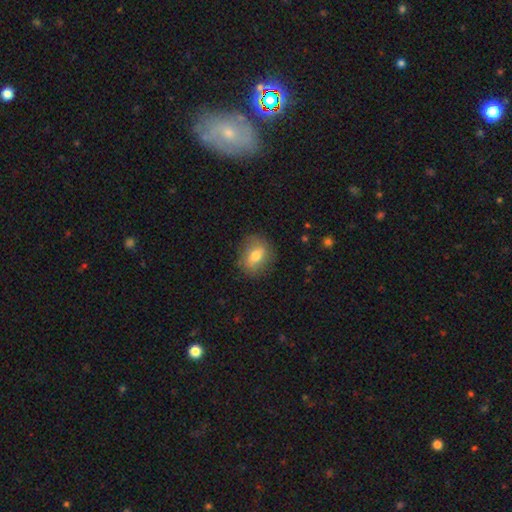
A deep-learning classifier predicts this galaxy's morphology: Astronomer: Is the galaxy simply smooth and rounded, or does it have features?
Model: smooth — 70%.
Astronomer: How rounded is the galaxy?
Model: in between — 50% (runner-up: round, 48%).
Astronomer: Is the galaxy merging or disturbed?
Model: none — 80%.